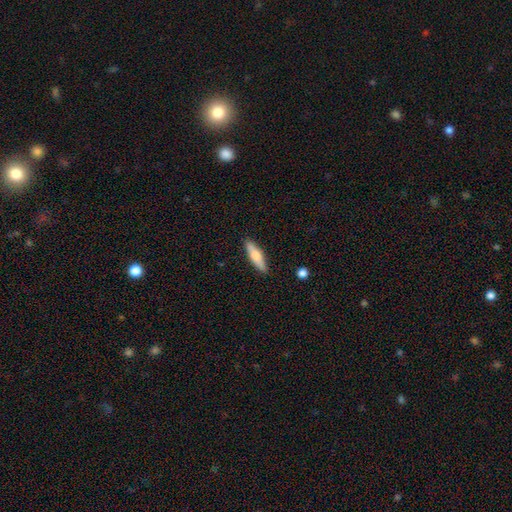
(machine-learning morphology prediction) The model was most divided on "smooth or featured": smooth: 59%, featured or disk: 35%, star or artifact: 6%. More confident: merging — none (88%); how rounded — cigar-shaped (68%).